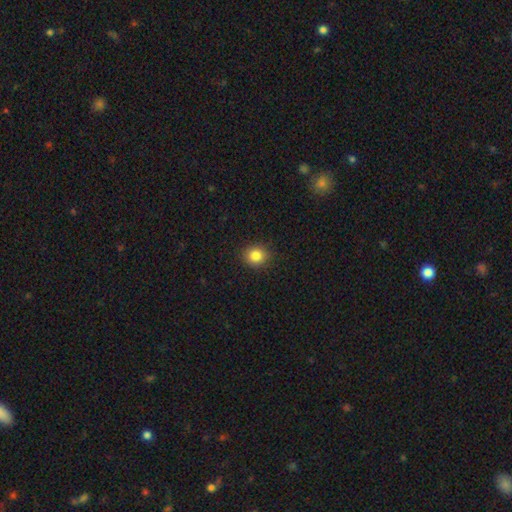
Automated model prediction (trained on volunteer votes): This appears to be a smooth galaxy with no disk features (84%) that is round (79%). Merging: none (90%).